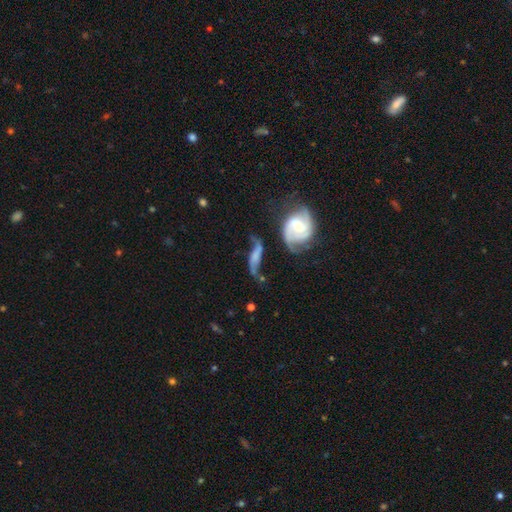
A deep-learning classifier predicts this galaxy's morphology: The model was most divided on "bulge size": none: 37%, small: 32%, moderate: 22%, large: 7%, dominant: 3%. Remaining: spiral arms — yes (86%); edge-on disk — no (82%); smooth or featured — featured or disk (63%); bar — no (47%); merging — none (41%).